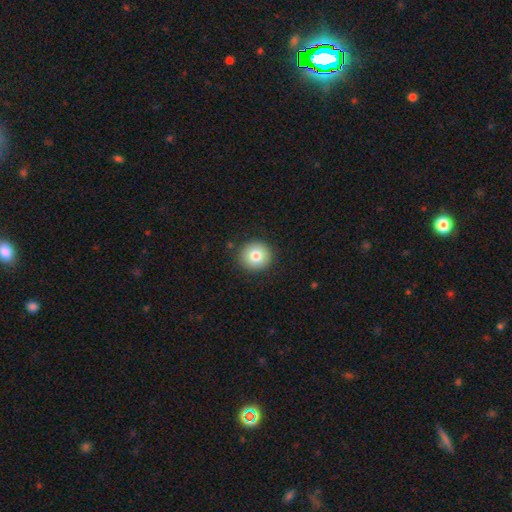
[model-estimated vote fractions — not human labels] Q: Smooth or featured?
A: smooth (80%); runner-up: featured or disk (10%)
Q: How rounded?
A: round (92%); runner-up: in between (7%)
Q: Merging?
A: none (90%); runner-up: minor disturbance (6%)